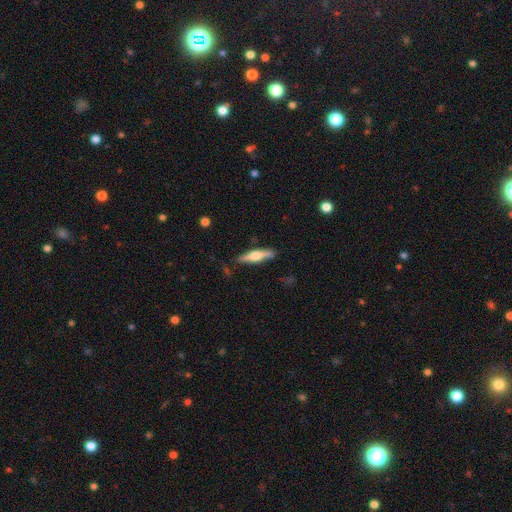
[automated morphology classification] Smooth or featured: featured or disk — 50% (smooth — 45%)
Edge-on disk: yes — 94% (no — 6%)
Merging: none — 84% (minor disturbance — 12%)